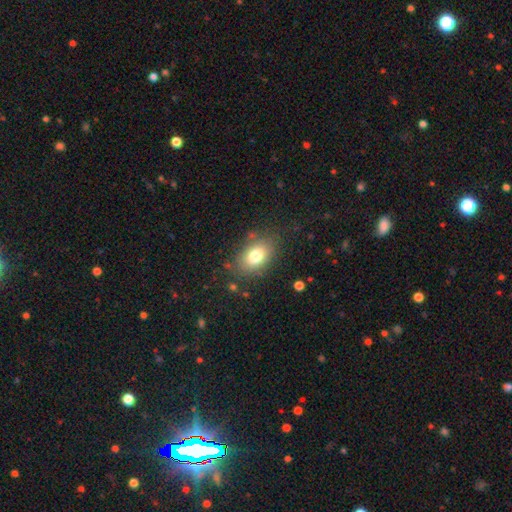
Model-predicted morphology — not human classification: The model was most divided on "smooth or featured": smooth: 78%, featured or disk: 12%, star or artifact: 10%. More confident: how rounded — in between (82%); merging — none (79%).